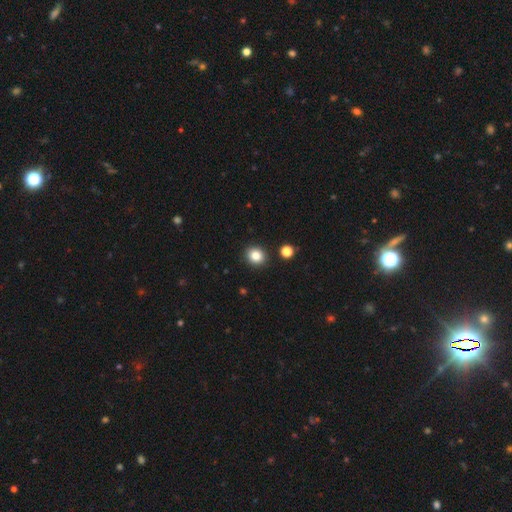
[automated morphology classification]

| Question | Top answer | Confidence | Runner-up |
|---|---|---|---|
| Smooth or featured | smooth | 84% | star or artifact (11%) |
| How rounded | round | 76% | in between (23%) |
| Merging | none | 90% | minor disturbance (6%) |